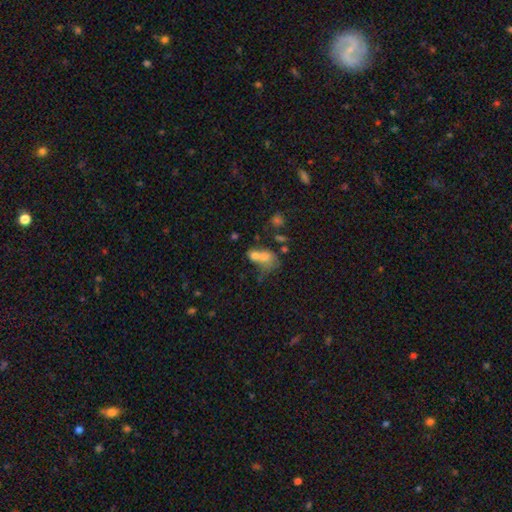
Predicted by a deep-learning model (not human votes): The model was most divided on "how rounded": in between: 67%, round: 31%, cigar-shaped: 3%. More confident: smooth or featured — smooth (64%); merging — merger (62%).